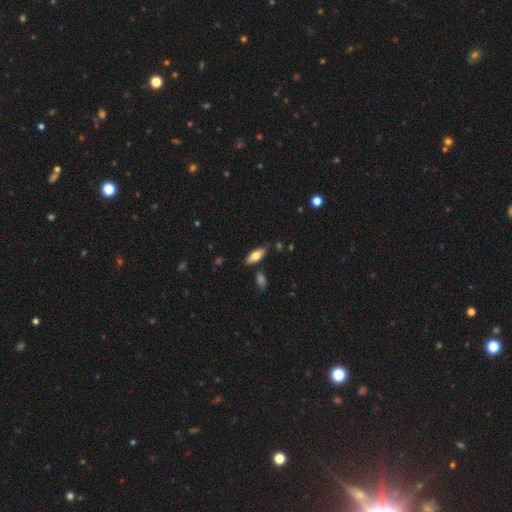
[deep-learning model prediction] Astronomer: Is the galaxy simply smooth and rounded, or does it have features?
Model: smooth — 70%.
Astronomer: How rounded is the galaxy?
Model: in between — 81%.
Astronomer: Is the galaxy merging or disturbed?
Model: none — 80%.